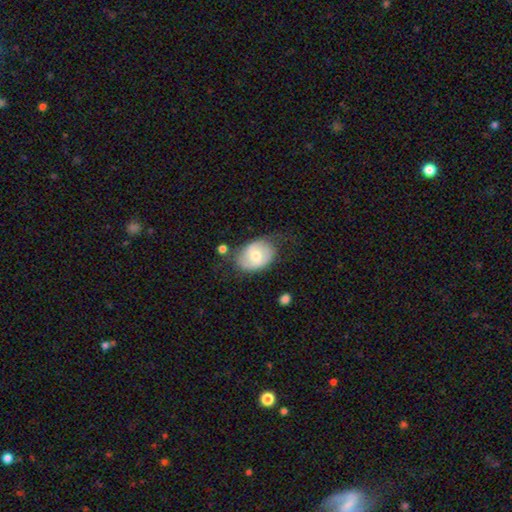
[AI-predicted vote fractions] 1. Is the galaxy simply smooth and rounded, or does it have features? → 57% smooth, 36% featured or disk, 7% star or artifact.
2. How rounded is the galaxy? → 72% in between, 27% round, 1% cigar-shaped.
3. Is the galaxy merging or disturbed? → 50% none, 30% minor disturbance, 15% major disturbance, 5% merger.